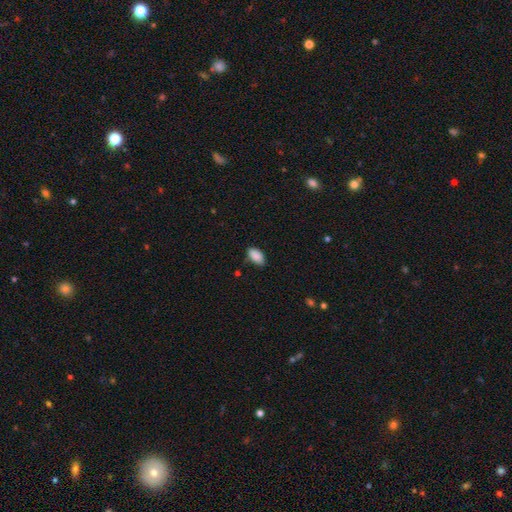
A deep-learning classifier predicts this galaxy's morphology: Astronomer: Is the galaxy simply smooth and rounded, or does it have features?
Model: smooth — 89%.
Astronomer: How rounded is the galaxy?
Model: in between — 94%.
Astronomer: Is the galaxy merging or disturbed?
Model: none — 77%.